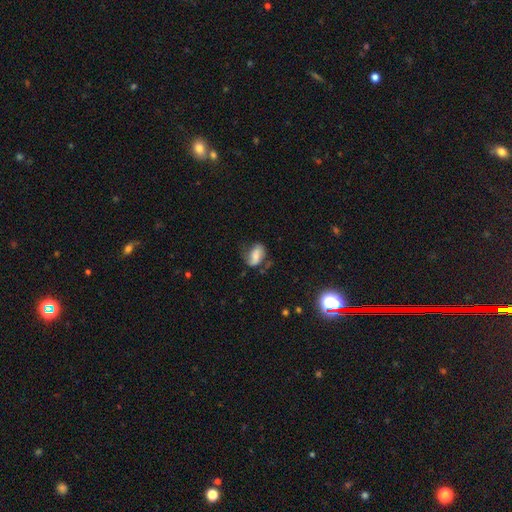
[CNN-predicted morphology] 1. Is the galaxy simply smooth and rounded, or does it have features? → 52% smooth, 39% featured or disk, 9% star or artifact.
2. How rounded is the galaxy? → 87% in between, 11% round, 3% cigar-shaped.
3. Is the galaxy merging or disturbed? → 44% none, 30% minor disturbance, 22% major disturbance, 4% merger.